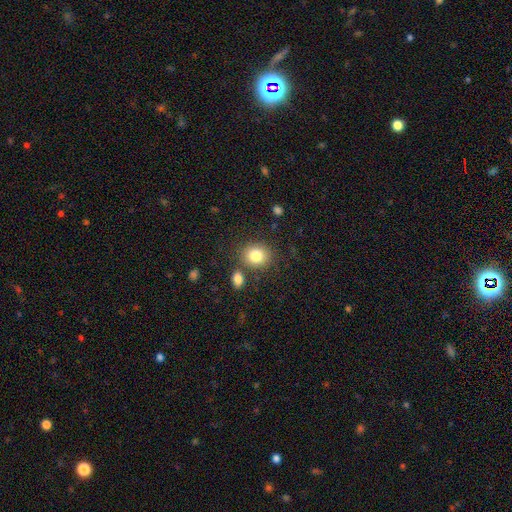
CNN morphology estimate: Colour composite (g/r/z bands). It shows a smooth galaxy with no disk features (82%) that is round (71%). Merging: none (77%).